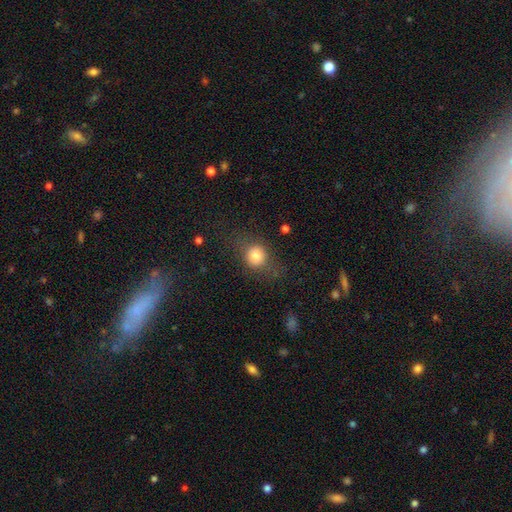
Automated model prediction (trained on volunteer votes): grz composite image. It shows a smooth galaxy with no disk features (79%) that is round (74%). Merging: none (69%).